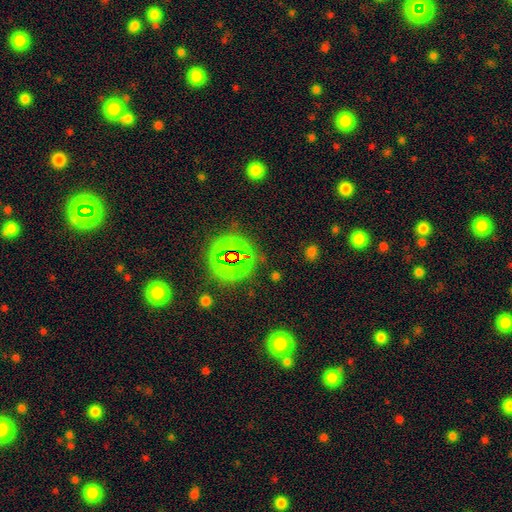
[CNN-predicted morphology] The model was most divided on "smooth or featured": star or artifact: 68%, smooth: 21%, featured or disk: 12%.